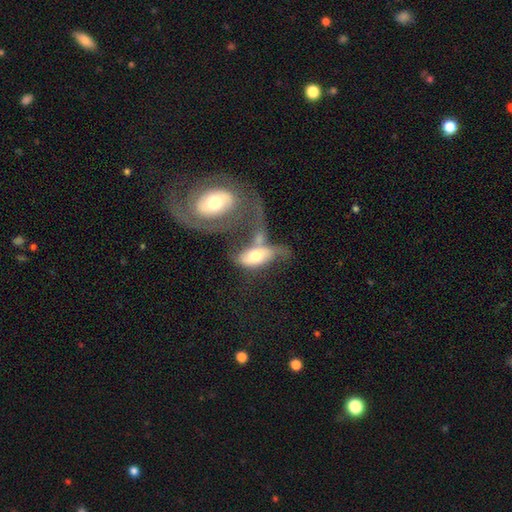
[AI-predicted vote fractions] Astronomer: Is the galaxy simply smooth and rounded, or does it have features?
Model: smooth — 48% (runner-up: featured or disk, 45%).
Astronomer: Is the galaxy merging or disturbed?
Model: merger — 61%.